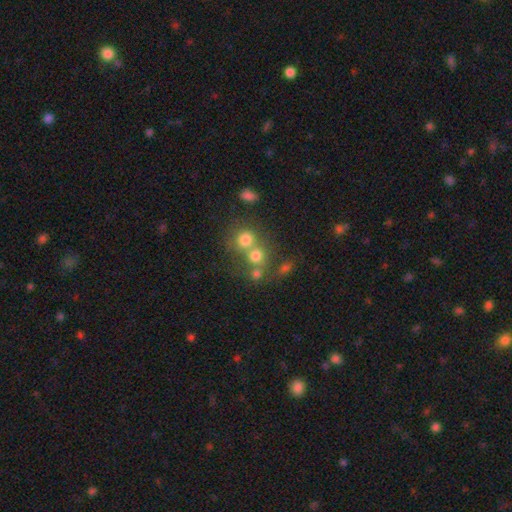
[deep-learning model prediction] This appears to be a smooth galaxy with no disk features (69%) that is round (80%). Merging: merger (46%).